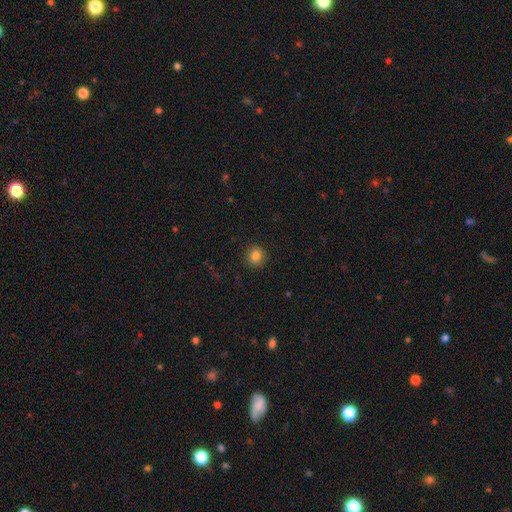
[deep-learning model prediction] This appears to be a smooth galaxy with no disk features (84%) that is round (83%). Merging: none (90%).